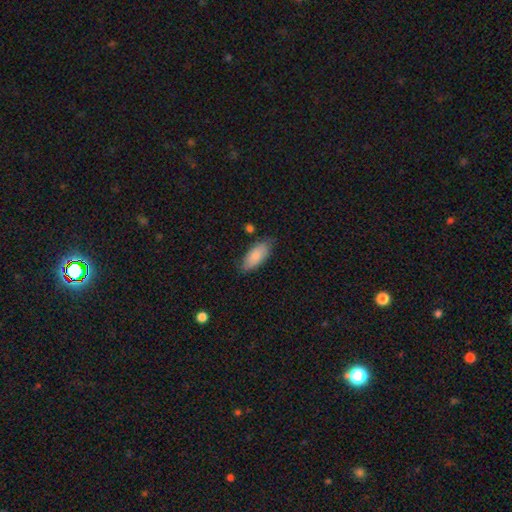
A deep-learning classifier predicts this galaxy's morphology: A smooth galaxy with no disk features (83%) that is in between round and cigar-shaped (86%).

Vote fractions:
- Smooth or featured? smooth: 83% / featured or disk: 11% / star or artifact: 6%
- How rounded? in between: 86% / cigar-shaped: 12% / round: 2%
- Merging? none: 76% / minor disturbance: 18% / major disturbance: 3% / merger: 2%